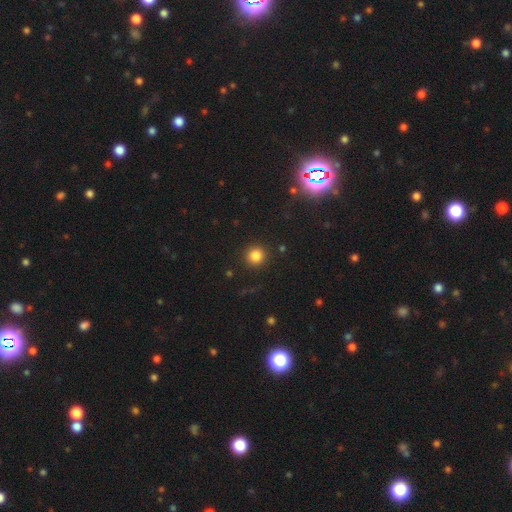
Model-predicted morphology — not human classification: Smooth or featured?
  - smooth: 84% *
  - star or artifact: 12%
  - featured or disk: 4%
How rounded?
  - round: 93% *
  - in between: 6%
  - cigar-shaped: 1%
Merging?
  - none: 91% *
  - minor disturbance: 5%
  - major disturbance: 2%
  - merger: 1%